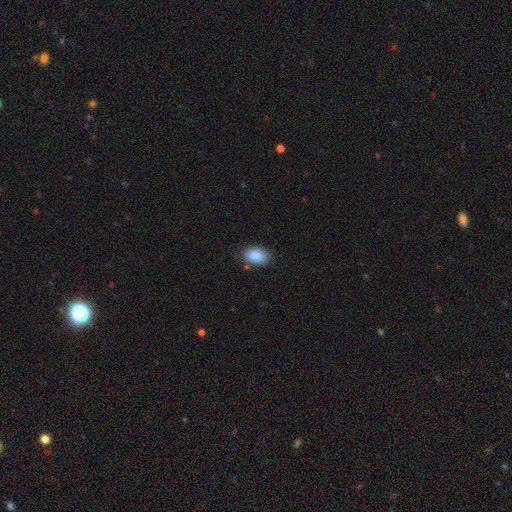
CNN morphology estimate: type=smooth (88%); roundness=in between (91%); merging=none (83%).